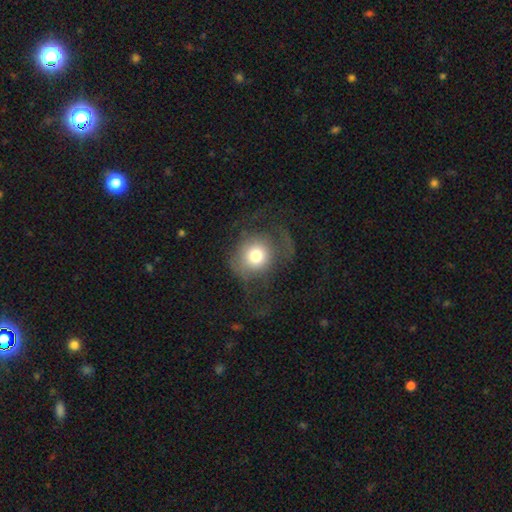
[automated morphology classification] This is likely a smooth galaxy (64%). How rounded: clearly round (85%). Merging: marginally none (45%).